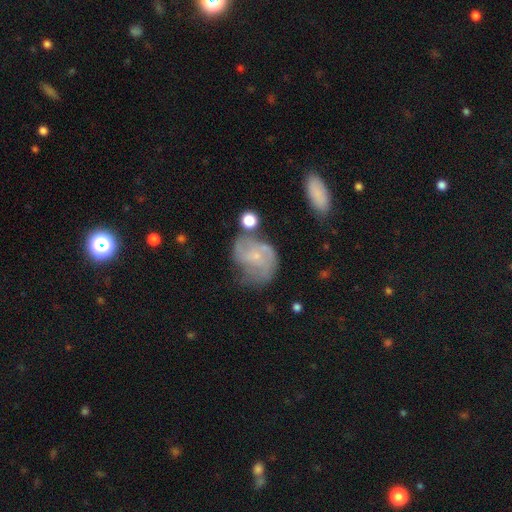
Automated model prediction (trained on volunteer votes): A featured or disk galaxy (67%) with no bar (71%), 2 (38%) medium (42%) spiral arms (80%) and a small central bulge (79%). Merging: none (40%).